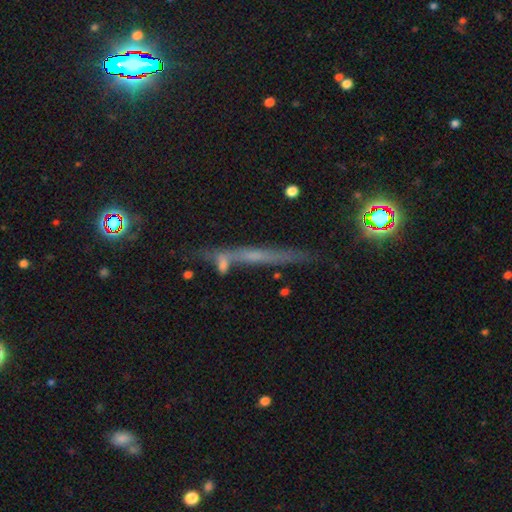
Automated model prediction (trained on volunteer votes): The model was most divided on "smooth or featured": featured or disk: 48%, smooth: 39%, star or artifact: 13%. More confident: merging — none (55%).